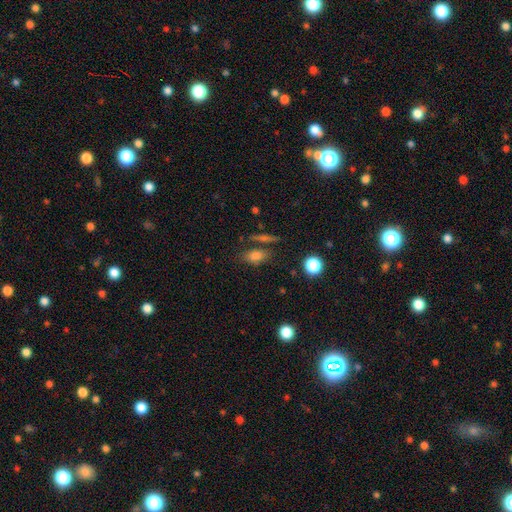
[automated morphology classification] A smooth galaxy with no disk features (76%) that is in between round and cigar-shaped (75%).

Vote fractions:
- Smooth or featured? smooth: 76% / star or artifact: 13% / featured or disk: 11%
- How rounded? in between: 75% / round: 16% / cigar-shaped: 9%
- Merging? none: 66% / minor disturbance: 15% / merger: 13% / major disturbance: 6%